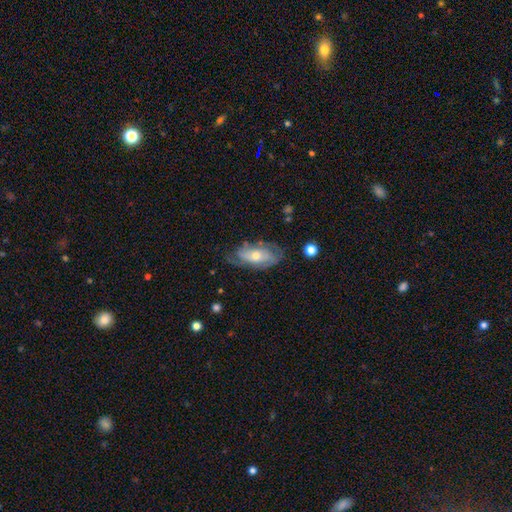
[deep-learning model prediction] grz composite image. It shows a featured or disk galaxy (60%) with no bar (75%), spiral arms (74%) and a moderate central bulge (53%). Merging: none (61%).